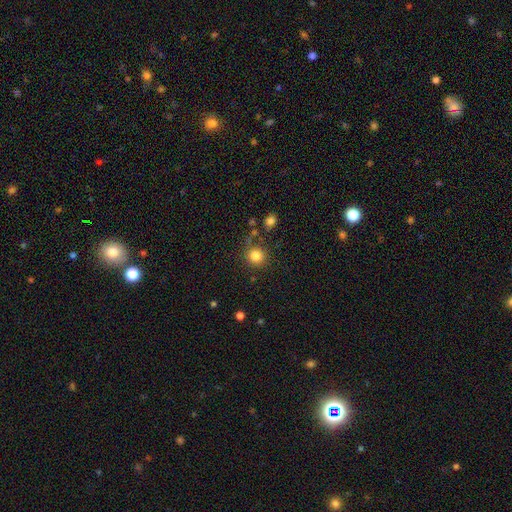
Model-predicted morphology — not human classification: Smooth or featured? smooth (83%)
How rounded? round (91%)
Merging? none (79%)